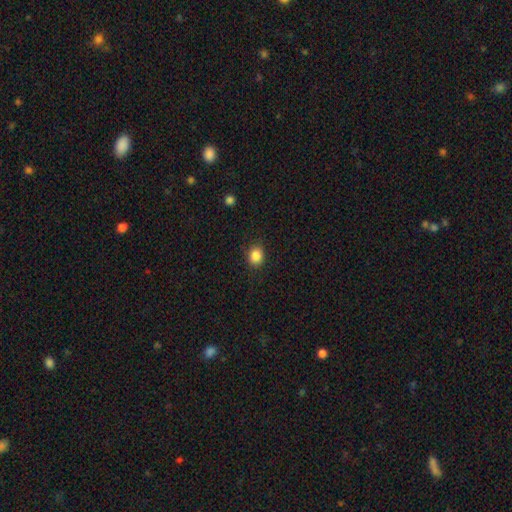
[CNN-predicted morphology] The model was most divided on "how rounded": round: 63%, in between: 36%, cigar-shaped: 1%. More confident: merging — none (88%); smooth or featured — smooth (86%).